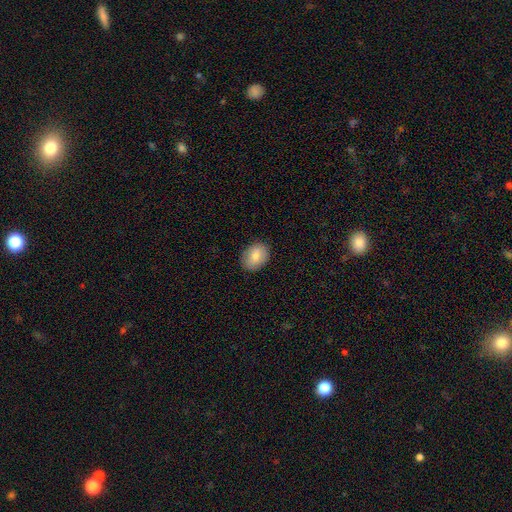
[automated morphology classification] type=smooth (80%); roundness=in between (69%); merging=none (87%).